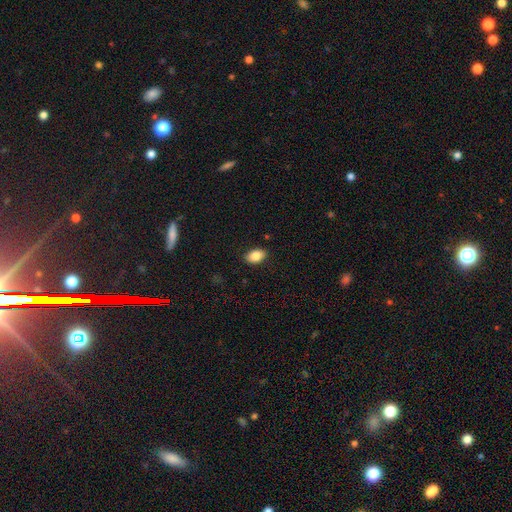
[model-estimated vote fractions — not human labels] Morphology: type=smooth (86%); roundness=in between (87%); merging=none (87%).